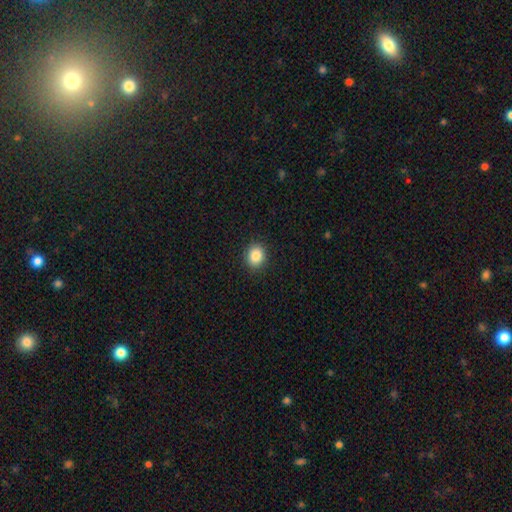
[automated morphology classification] Q: Smooth or featured?
A: smooth (86%); runner-up: star or artifact (9%)
Q: How rounded?
A: round (61%); runner-up: in between (38%)
Q: Merging?
A: none (90%); runner-up: minor disturbance (7%)